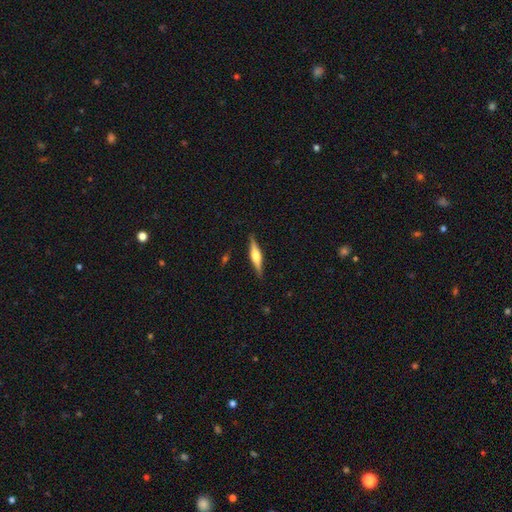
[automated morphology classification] Smooth or featured?
  - featured or disk: 67% *
  - smooth: 28%
  - star or artifact: 6%
Edge-on disk?
  - yes: 97% *
  - no: 3%
Edge-on bulge?
  - rounded: 87% *
  - boxy: 10%
  - none: 3%
Merging?
  - none: 89% *
  - minor disturbance: 8%
  - major disturbance: 2%
  - merger: 1%